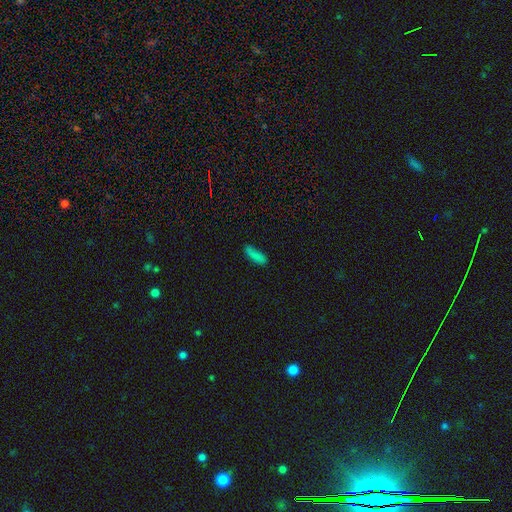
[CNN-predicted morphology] smooth 81%, star or artifact 11%, featured or disk 9%. Down the decision tree: how rounded — cigar-shaped (50%); merging — none (68%).